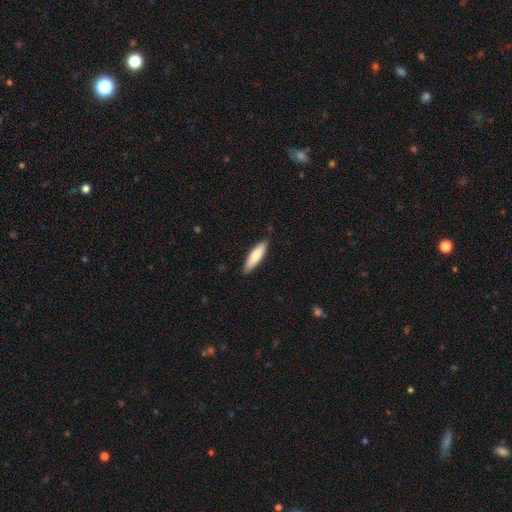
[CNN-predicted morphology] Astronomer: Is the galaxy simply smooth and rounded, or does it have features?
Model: smooth — 80%.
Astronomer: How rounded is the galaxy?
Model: cigar-shaped — 64%.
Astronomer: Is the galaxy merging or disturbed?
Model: none — 86%.